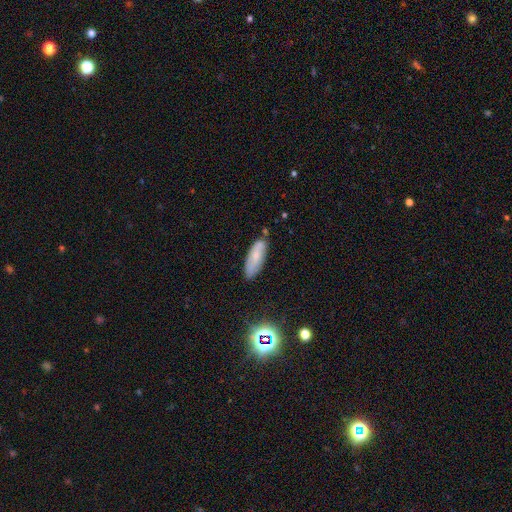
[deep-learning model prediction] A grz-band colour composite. It shows a smooth galaxy with no disk features (69%) that is in between round and cigar-shaped (60%). Merging: none (75%).